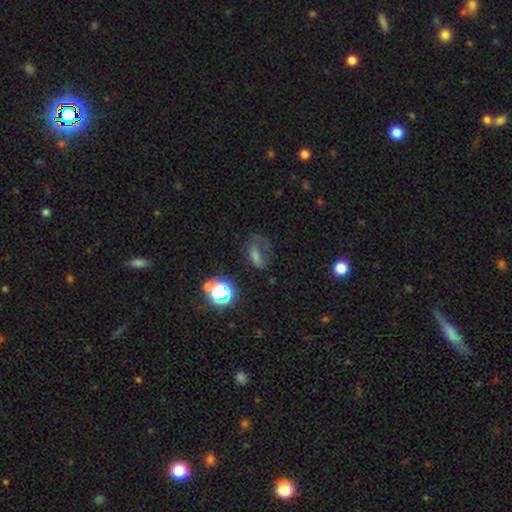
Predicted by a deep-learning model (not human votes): Smooth or featured: smooth — 48% (featured or disk — 26%)
Merging: none — 41% (major disturbance — 31%)